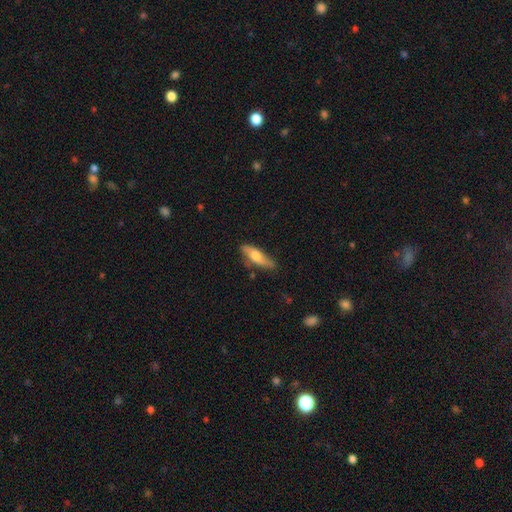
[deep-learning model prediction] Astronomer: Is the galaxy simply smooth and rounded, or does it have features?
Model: smooth — 57% (runner-up: featured or disk, 37%).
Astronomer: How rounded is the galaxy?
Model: cigar-shaped — 56% (runner-up: in between, 41%).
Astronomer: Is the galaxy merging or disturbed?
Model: none — 68%.